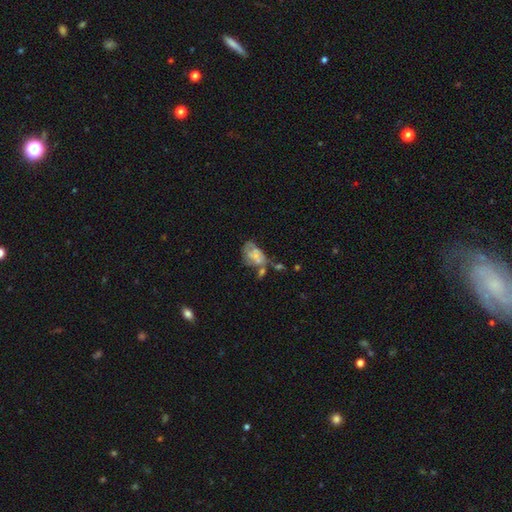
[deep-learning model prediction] Q: Smooth or featured?
A: featured or disk (50%); runner-up: smooth (40%)
Q: Merging?
A: merger (34%); runner-up: major disturbance (24%)